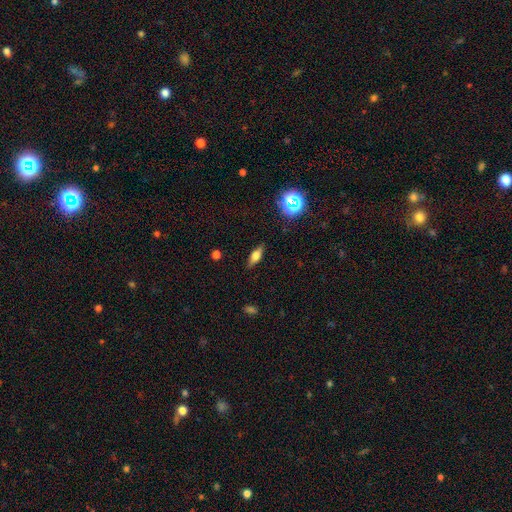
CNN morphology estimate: Smooth or featured?
  - smooth: 56% *
  - featured or disk: 32%
  - star or artifact: 12%
How rounded?
  - in between: 61% *
  - cigar-shaped: 34%
  - round: 5%
Merging?
  - none: 85% *
  - minor disturbance: 11%
  - major disturbance: 3%
  - merger: 1%